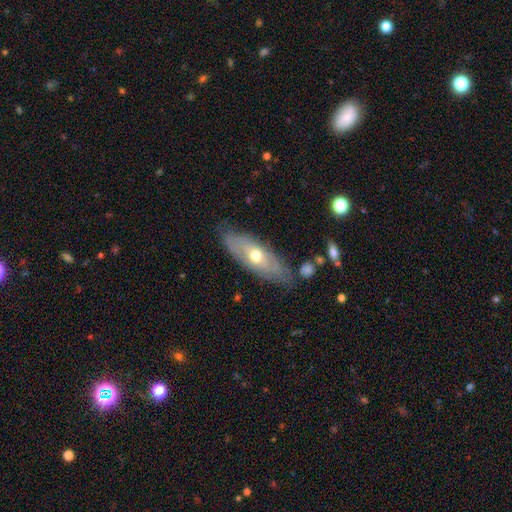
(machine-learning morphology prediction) featured or disk 53%, smooth 41%, star or artifact 6%. Down the decision tree: edge-on disk — no (69%); merging — none (74%).